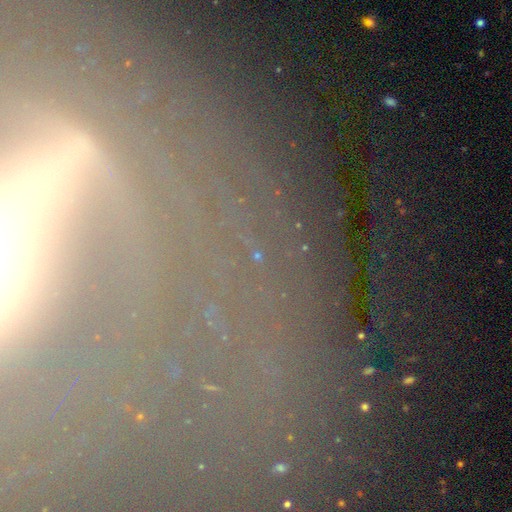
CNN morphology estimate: Smooth or featured? Predicted: star or artifact (p=0.46).